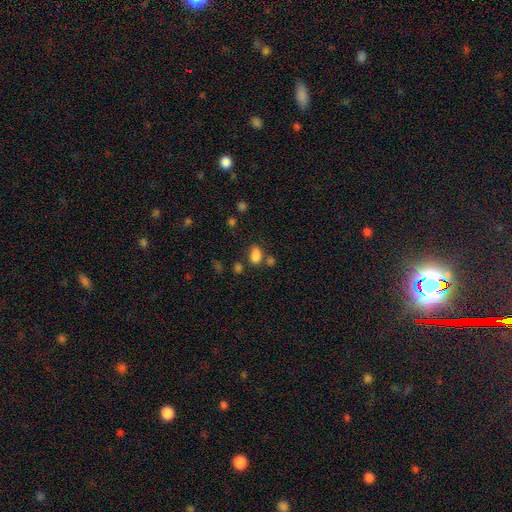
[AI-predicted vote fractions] Overall: smooth (83%). How rounded: in between (86%). Merging: none (63%).